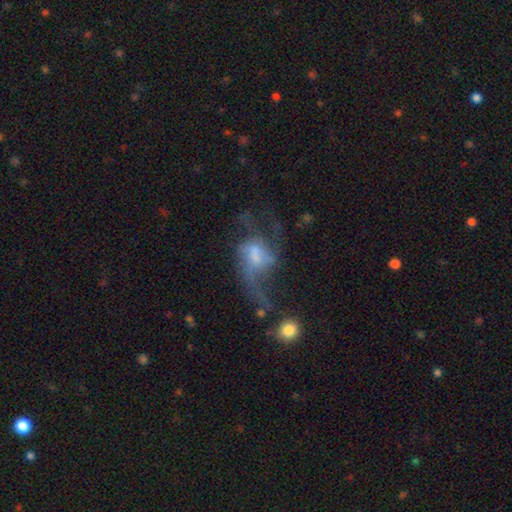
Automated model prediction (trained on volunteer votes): This is likely a featured or disk galaxy (65%). It is clearly not viewed edge-on (96%). Bar: possibly no (55%). Spiral arm pattern: likely yes (71%). Central bulge: marginally moderate (32%). Merging: possibly major disturbance (50%).